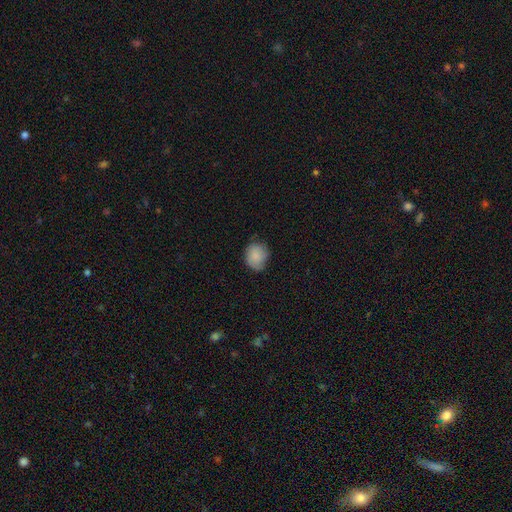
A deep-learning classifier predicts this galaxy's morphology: smooth_or_featured: smooth (p=0.85) [alt: featured or disk p=0.08]
how_rounded: round (p=0.65) [alt: in between p=0.34]
merging: none (p=0.66) [alt: minor disturbance p=0.28]